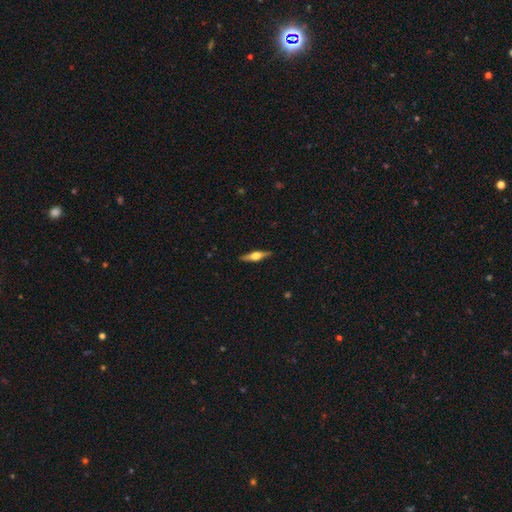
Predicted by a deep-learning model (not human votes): smooth-or-featured: featured or disk: 71% | smooth: 24% | star or artifact: 6%
  disk-edge-on: yes: 97% | no: 3%
    edge-on-bulge: rounded: 94% | boxy: 4% | none: 2%
  merging: none: 90% | minor disturbance: 7% | major disturbance: 1% | merger: 1%